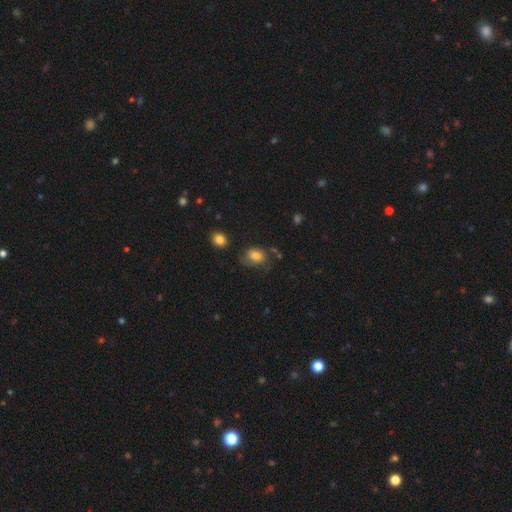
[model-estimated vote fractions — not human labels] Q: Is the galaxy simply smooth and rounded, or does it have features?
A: smooth — 76%.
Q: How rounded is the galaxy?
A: in between — 64%.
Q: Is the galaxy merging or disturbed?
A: none — 54%.